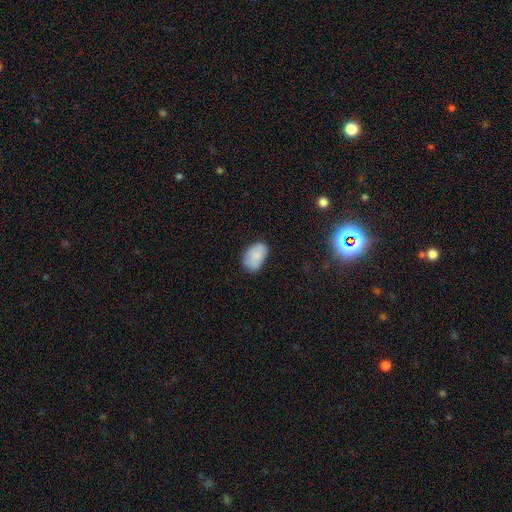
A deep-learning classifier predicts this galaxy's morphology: Q: Smooth or featured?
A: smooth (82%); runner-up: featured or disk (11%)
Q: How rounded?
A: in between (90%); runner-up: round (9%)
Q: Merging?
A: none (63%); runner-up: minor disturbance (29%)